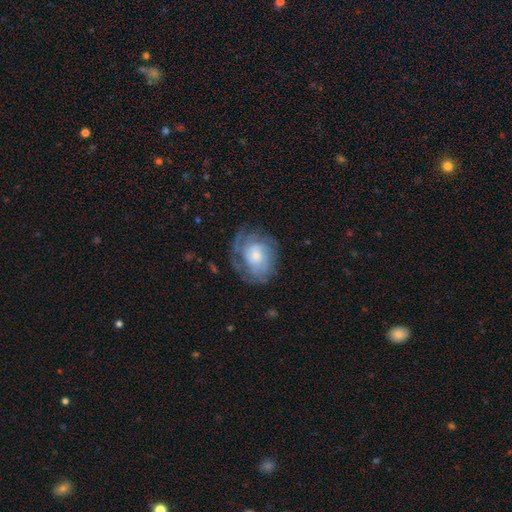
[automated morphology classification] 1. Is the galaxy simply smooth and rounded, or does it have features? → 64% featured or disk, 29% smooth, 7% star or artifact.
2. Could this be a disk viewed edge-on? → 97% no, 3% yes.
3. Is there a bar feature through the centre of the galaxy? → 76% no, 21% weak, 3% strong.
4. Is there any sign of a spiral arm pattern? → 80% yes, 20% no.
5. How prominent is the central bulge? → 46% small, 40% moderate, 9% large, 3% none, 2% dominant.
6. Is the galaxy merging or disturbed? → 57% none, 23% minor disturbance, 18% major disturbance, 1% merger.